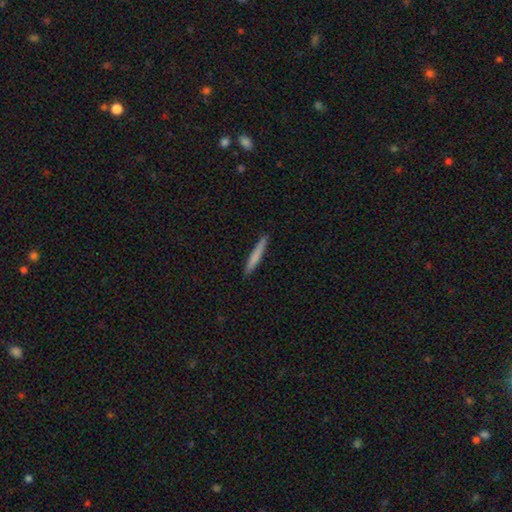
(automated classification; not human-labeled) Q: Smooth or featured?
A: smooth (74%); runner-up: featured or disk (20%)
Q: How rounded?
A: cigar-shaped (96%); runner-up: in between (3%)
Q: Merging?
A: none (91%); runner-up: minor disturbance (7%)